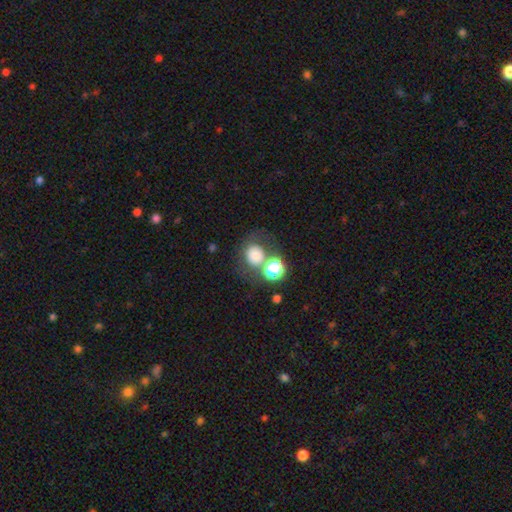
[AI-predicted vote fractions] Q: Smooth or featured?
A: smooth (68%); runner-up: star or artifact (17%)
Q: How rounded?
A: round (81%); runner-up: in between (18%)
Q: Merging?
A: none (55%); runner-up: merger (25%)